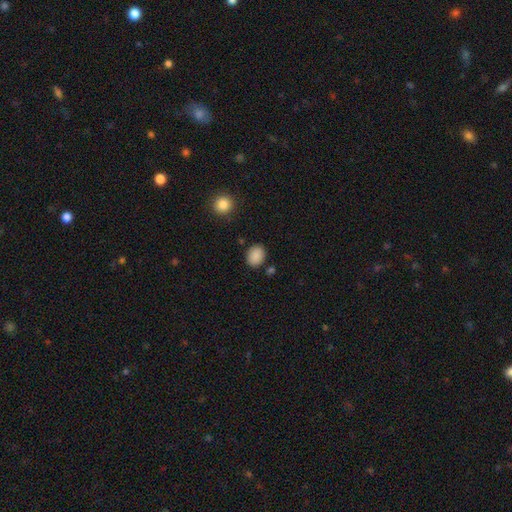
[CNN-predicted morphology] A smooth galaxy with no disk features (88%) that is in between round and cigar-shaped (50%). Merging: none (84%).